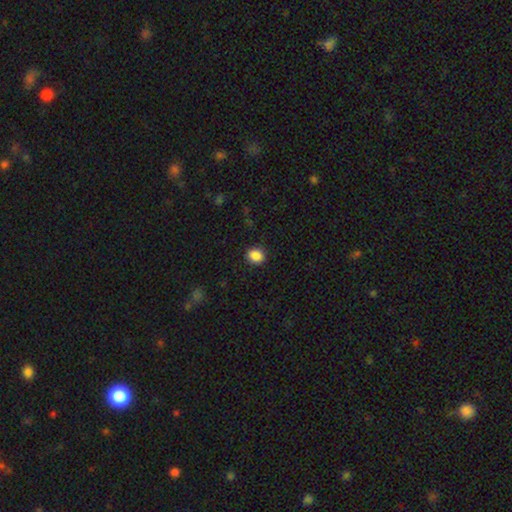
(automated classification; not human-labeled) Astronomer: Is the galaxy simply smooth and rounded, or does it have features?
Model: smooth — 88%.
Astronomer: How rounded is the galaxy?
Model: round — 59% (runner-up: in between, 40%).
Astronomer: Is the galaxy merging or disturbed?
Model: none — 89%.